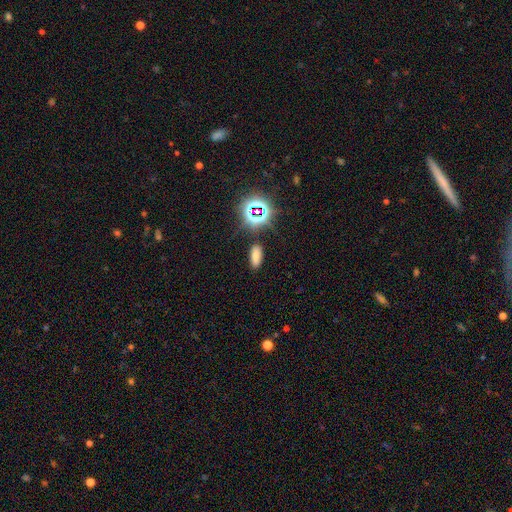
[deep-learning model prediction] Morphology: type=smooth (66%); roundness=in between (77%); merging=none (84%).